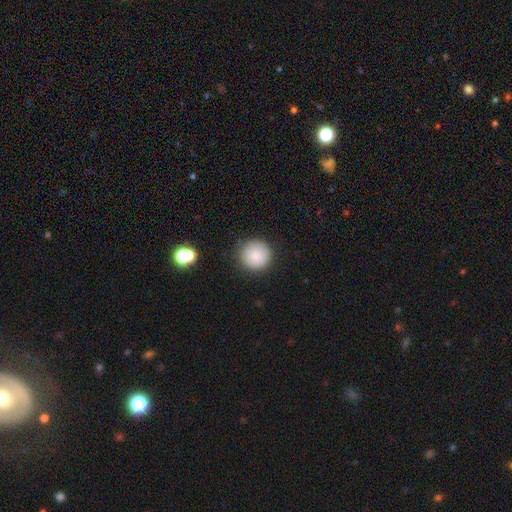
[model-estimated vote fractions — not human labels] This is clearly a smooth galaxy (84%). How rounded: clearly round (95%). Merging: clearly none (88%).